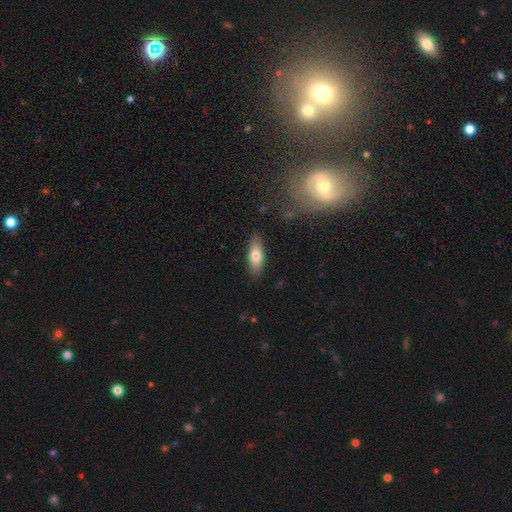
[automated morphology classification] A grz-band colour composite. It shows a smooth galaxy with no disk features (76%) that is in between round and cigar-shaped (74%). Merging: none (86%).